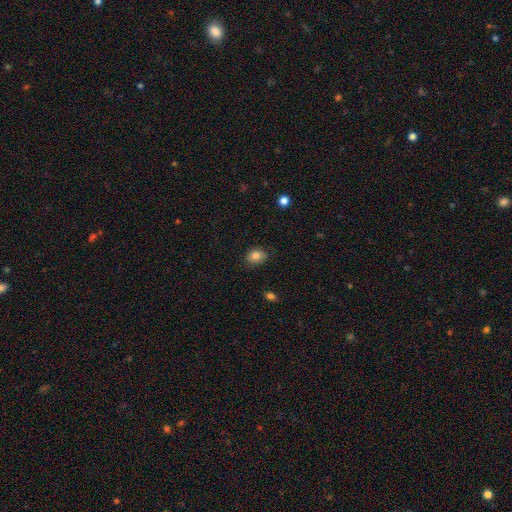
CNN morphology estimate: A smooth galaxy with no disk features (82%) that is in between round and cigar-shaped (56%). Merging: none (75%).